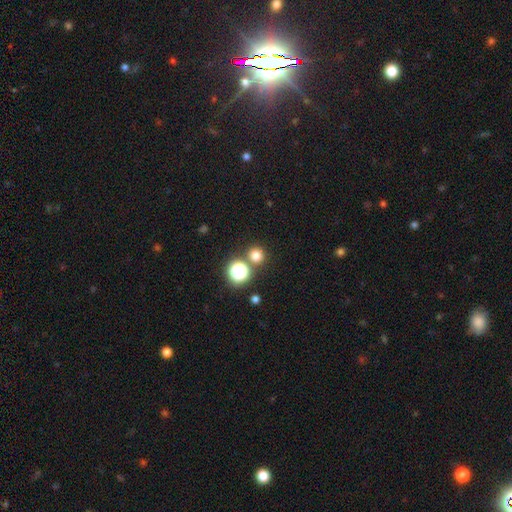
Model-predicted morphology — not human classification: Smooth or featured? smooth (74%)
How rounded? round (91%)
Merging? none (79%)